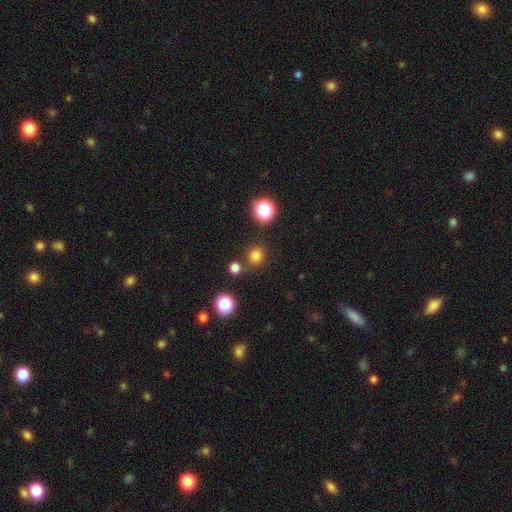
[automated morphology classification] The model was most divided on "smooth or featured": smooth: 77%, star or artifact: 18%, featured or disk: 5%. More confident: how rounded — round (89%); merging — none (80%).